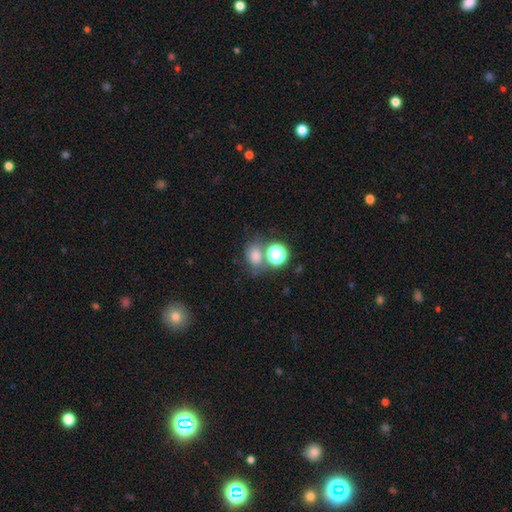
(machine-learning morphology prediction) The model was most divided on "how rounded": in between: 50%, round: 48%, cigar-shaped: 1%. More confident: smooth or featured — smooth (66%); merging — none (55%).